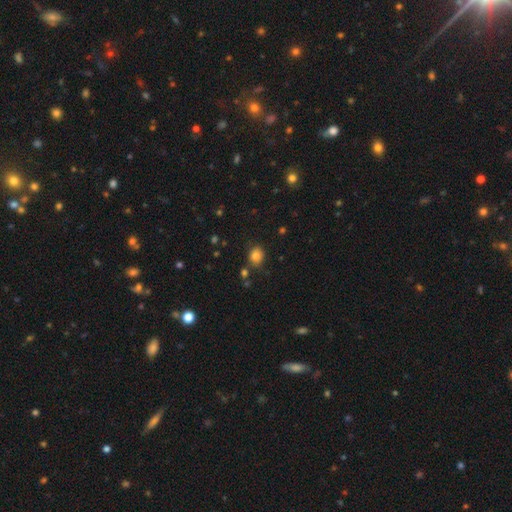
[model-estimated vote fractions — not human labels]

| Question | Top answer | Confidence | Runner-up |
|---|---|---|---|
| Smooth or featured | smooth | 82% | star or artifact (12%) |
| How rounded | round | 56% | in between (43%) |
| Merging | none | 79% | minor disturbance (12%) |